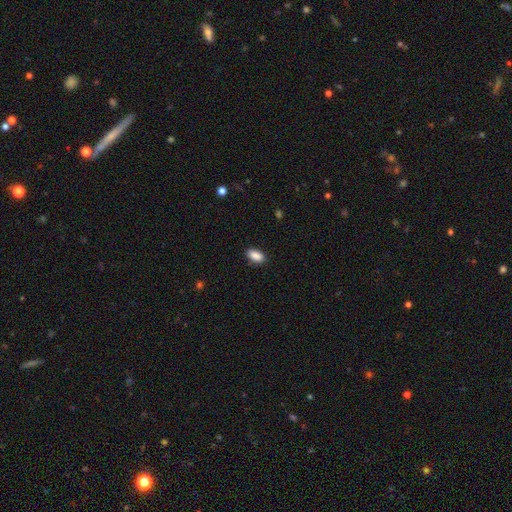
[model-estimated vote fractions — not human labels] Smooth or featured? Predicted: smooth (p=0.89). How rounded? Predicted: in between (p=0.92). Merging? Predicted: none (p=0.87).